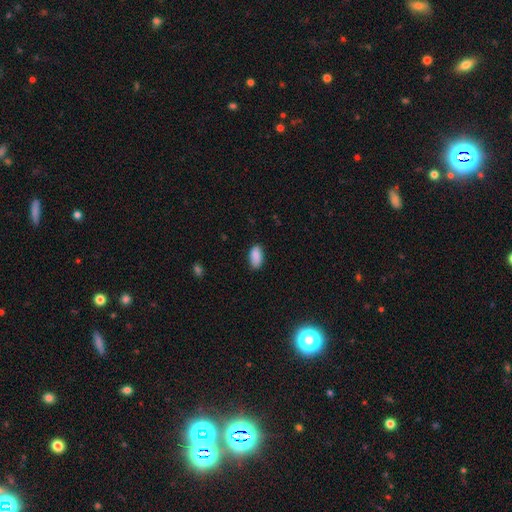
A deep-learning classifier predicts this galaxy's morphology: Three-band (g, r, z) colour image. It shows a smooth galaxy with no disk features (89%) that is in between round and cigar-shaped (93%). Merging: none (84%).